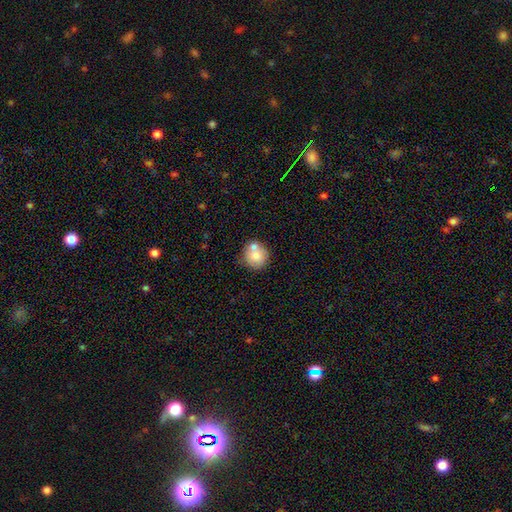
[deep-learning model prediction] The model was most divided on "merging": none: 57%, merger: 27%, minor disturbance: 12%, major disturbance: 3%. More confident: how rounded — round (90%); smooth or featured — smooth (77%).